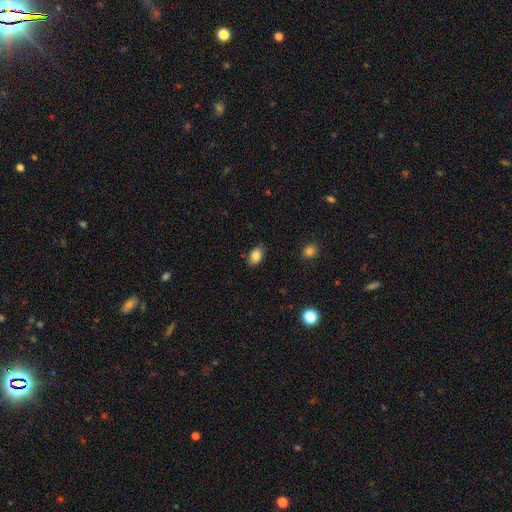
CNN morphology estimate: Smooth or featured? Predicted: smooth (p=0.84). How rounded? Predicted: in between (p=0.84). Merging? Predicted: none (p=0.82).